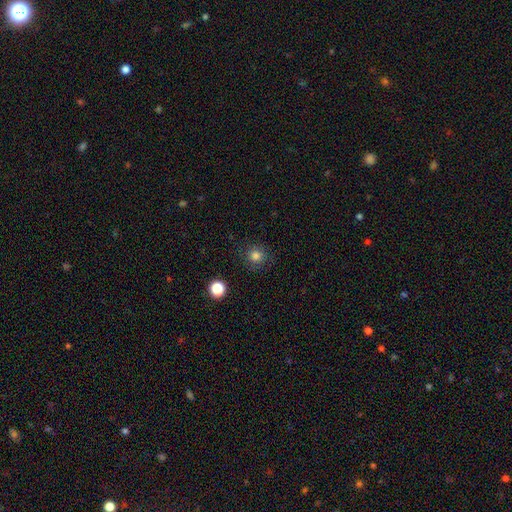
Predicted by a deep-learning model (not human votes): Overall: smooth (82%). How rounded: round (92%). Merging: none (86%).